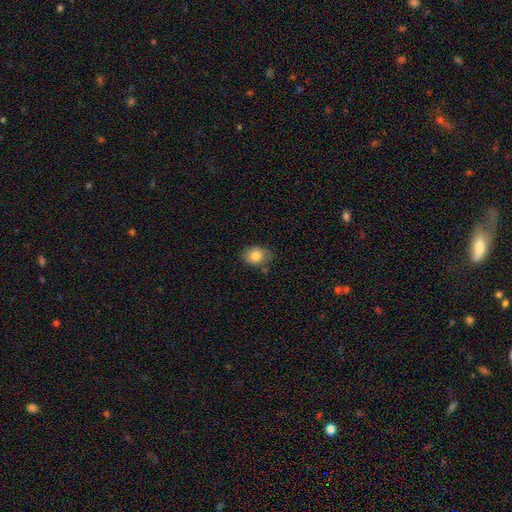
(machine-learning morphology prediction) type=smooth (82%); roundness=round (50%); merging=none (75%).